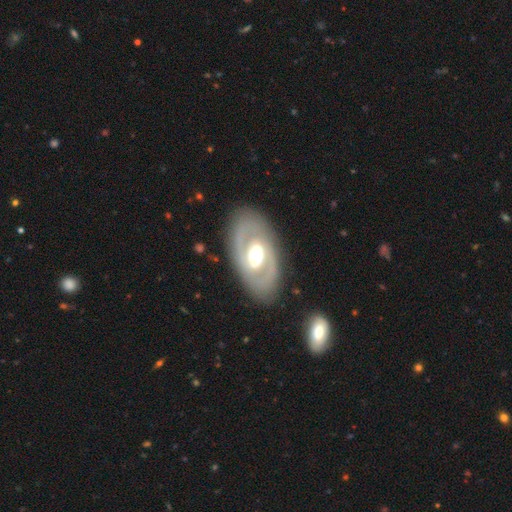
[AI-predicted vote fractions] This appears to be a featured or disk galaxy (74%) with no bar (48%), spiral arms (59%) and a moderate central bulge (64%). Merging: none (83%).